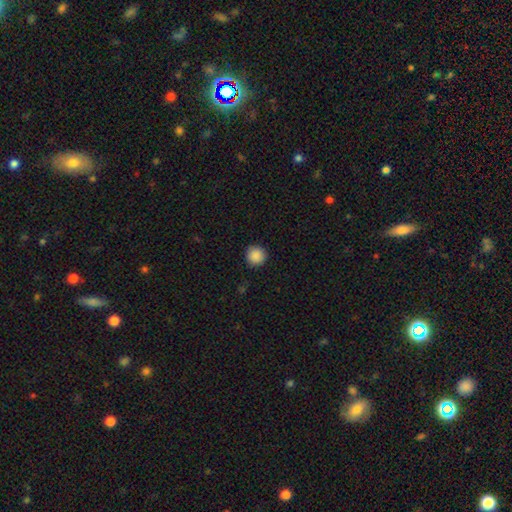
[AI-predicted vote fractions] Smooth or featured?
  - smooth: 89% *
  - star or artifact: 8%
  - featured or disk: 3%
How rounded?
  - round: 95% *
  - in between: 5%
  - cigar-shaped: 1%
Merging?
  - none: 89% *
  - minor disturbance: 8%
  - major disturbance: 2%
  - merger: 1%